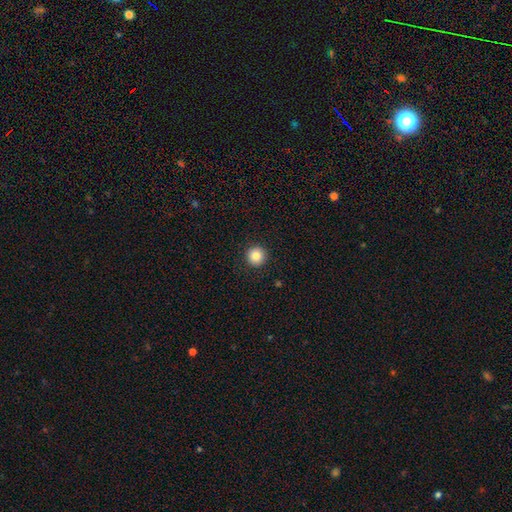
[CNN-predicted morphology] A smooth galaxy with no disk features (85%) that is round (95%). Merging: none (92%).